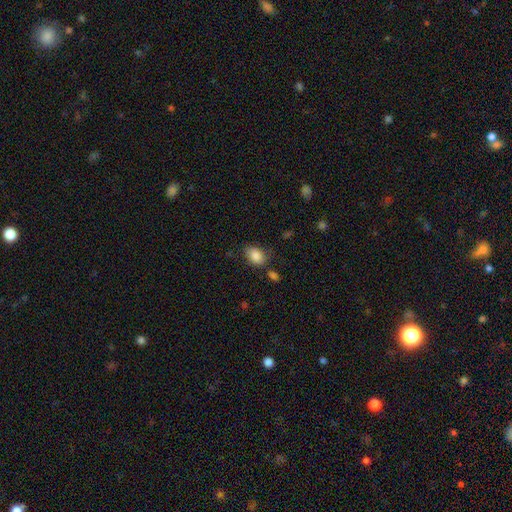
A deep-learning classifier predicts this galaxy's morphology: This appears to be a smooth galaxy with no disk features (85%) that is in between round and cigar-shaped (73%). Merging: none (69%).